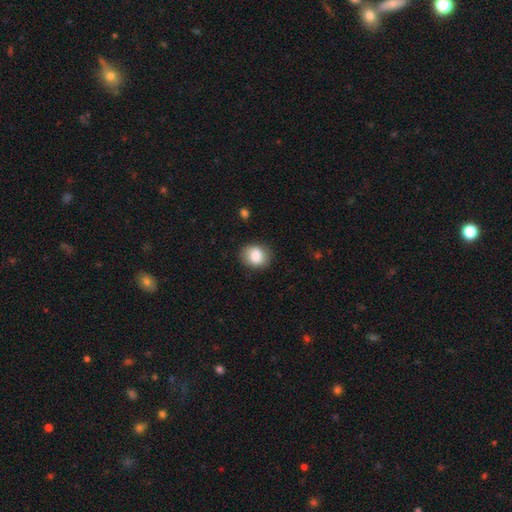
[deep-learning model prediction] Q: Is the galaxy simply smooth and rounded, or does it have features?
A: smooth — 84%.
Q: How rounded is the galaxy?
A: round — 60%.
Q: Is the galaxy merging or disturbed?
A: none — 81%.